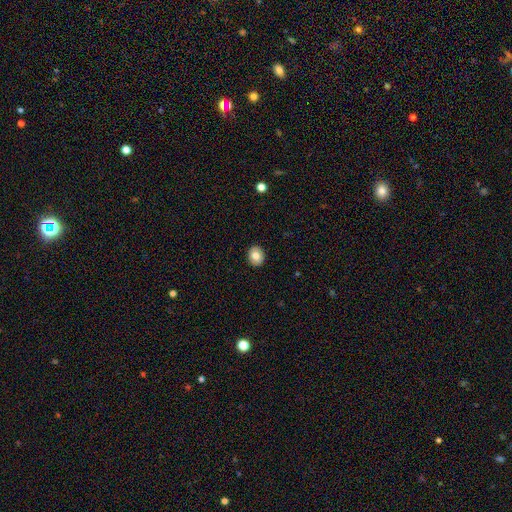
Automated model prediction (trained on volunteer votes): smooth_or_featured: smooth (p=0.79) [alt: featured or disk p=0.13]
how_rounded: round (p=0.59) [alt: in between p=0.40]
merging: none (p=0.91) [alt: minor disturbance p=0.06]